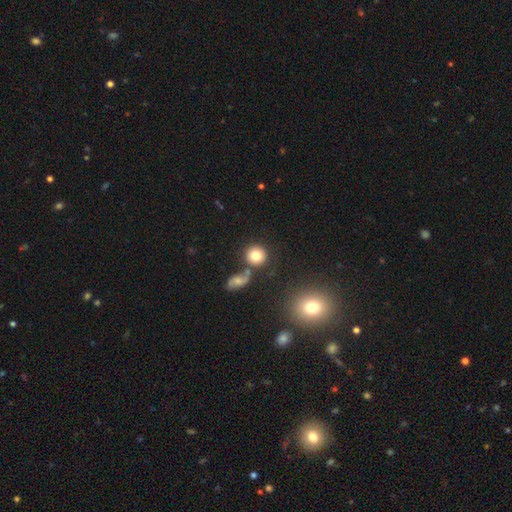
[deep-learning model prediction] Overall: smooth (78%). How rounded: round (89%). Merging: none (72%).